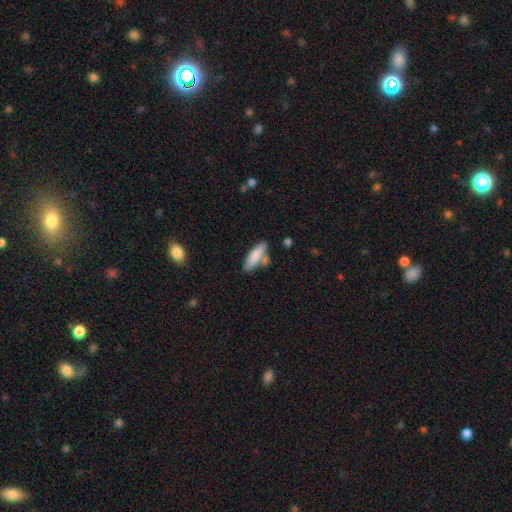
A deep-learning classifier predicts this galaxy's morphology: smooth 83%, featured or disk 11%, star or artifact 6%. Down the decision tree: how rounded — cigar-shaped (52%); merging — none (66%).